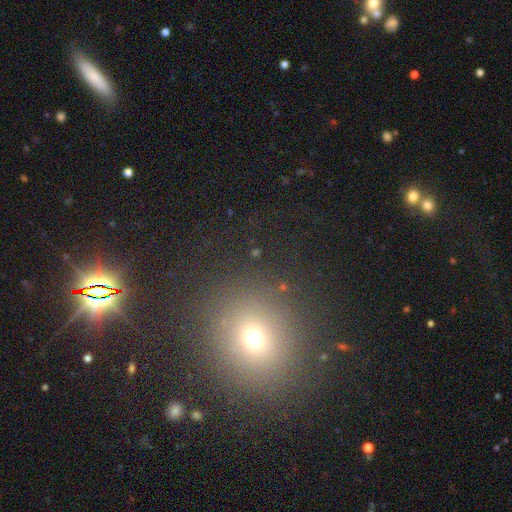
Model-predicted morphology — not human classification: Overall: smooth (48%; star or artifact 42%). Merging: none (87%).